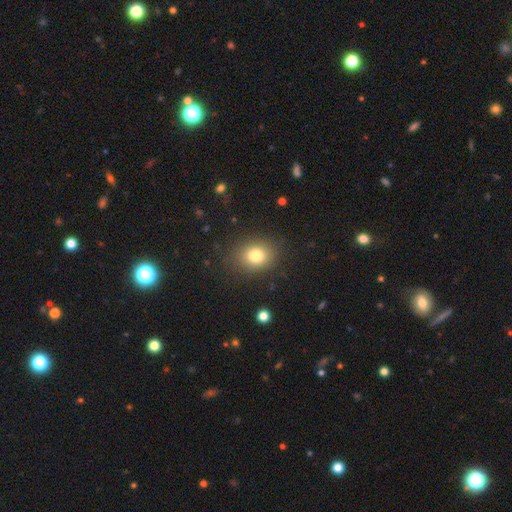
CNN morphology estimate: smooth-or-featured: smooth: 79% | star or artifact: 12% | featured or disk: 9%
  how-rounded: round: 56% | in between: 44% | cigar-shaped: 1%
  merging: none: 85% | minor disturbance: 10% | major disturbance: 4% | merger: 1%